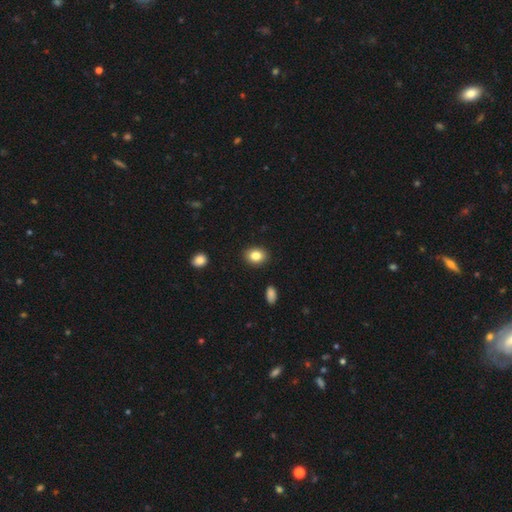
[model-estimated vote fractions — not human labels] Smooth or featured? Predicted: smooth (p=0.85). How rounded? Predicted: in between (p=0.57). Merging? Predicted: none (p=0.89).